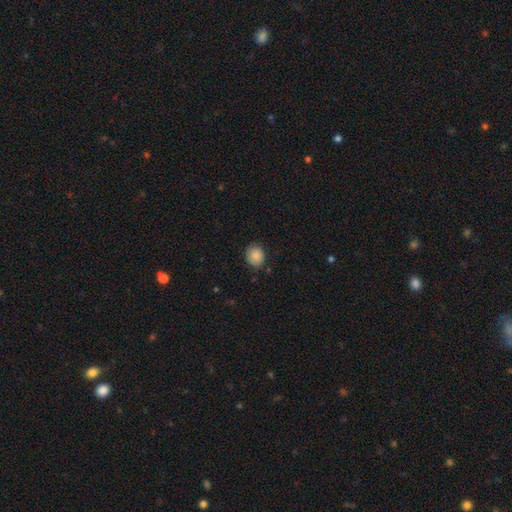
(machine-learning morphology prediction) Smooth or featured: smooth — 87% (star or artifact — 8%)
How rounded: round — 60% (in between — 39%)
Merging: none — 82% (minor disturbance — 14%)